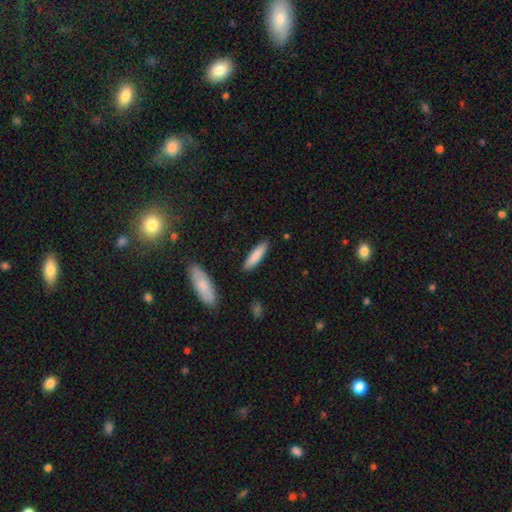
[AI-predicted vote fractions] smooth-or-featured: smooth: 83% | featured or disk: 11% | star or artifact: 6%
  how-rounded: cigar-shaped: 72% | in between: 26% | round: 1%
  merging: none: 88% | minor disturbance: 8% | merger: 2% | major disturbance: 2%